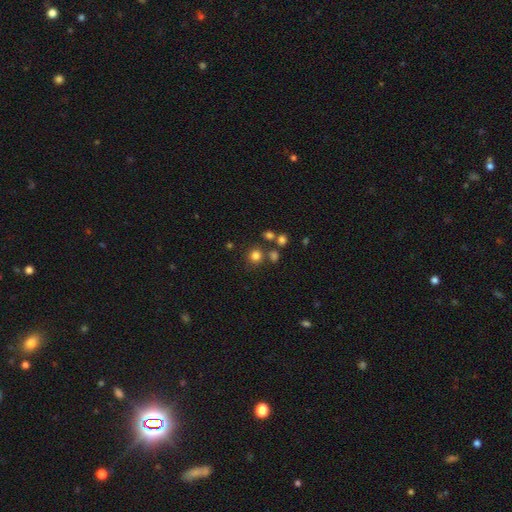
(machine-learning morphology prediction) Q: Smooth or featured?
A: smooth (78%); runner-up: star or artifact (16%)
Q: How rounded?
A: round (90%); runner-up: in between (9%)
Q: Merging?
A: none (76%); runner-up: merger (11%)